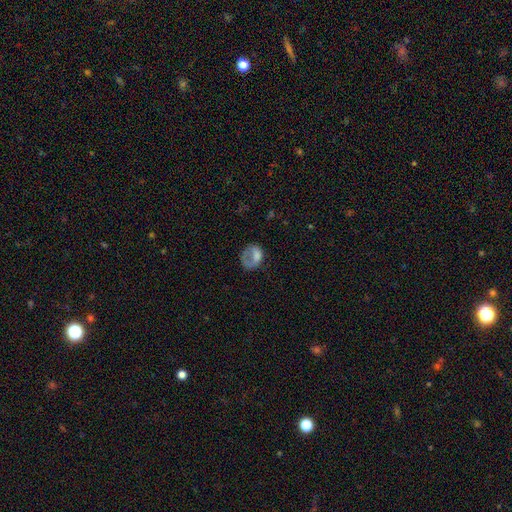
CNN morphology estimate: The model was most divided on "how rounded": in between: 52%, round: 47%, cigar-shaped: 1%. Remaining: smooth or featured — smooth (63%); merging — major disturbance (41%).